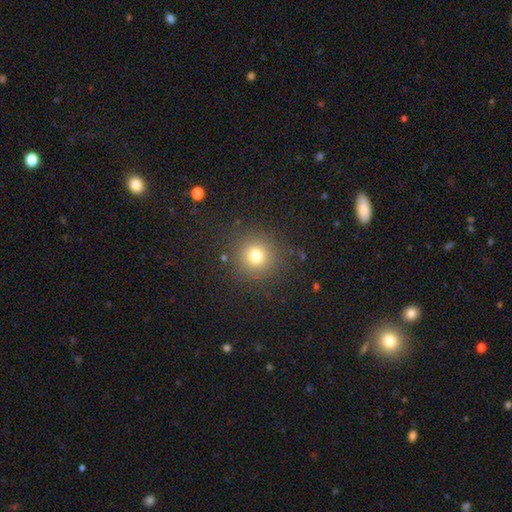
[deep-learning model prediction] Q: Smooth or featured?
A: smooth (75%); runner-up: star or artifact (17%)
Q: How rounded?
A: round (94%); runner-up: in between (5%)
Q: Merging?
A: none (88%); runner-up: minor disturbance (7%)